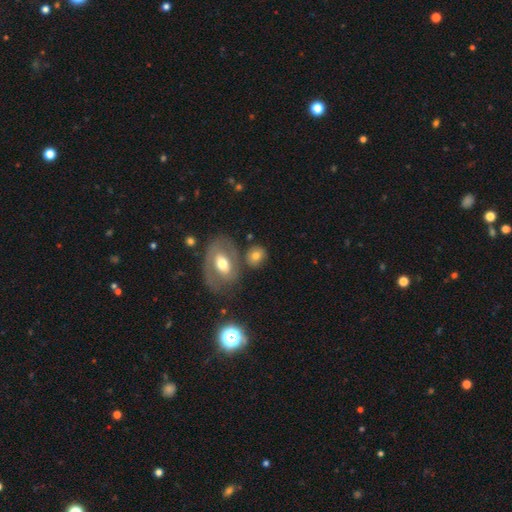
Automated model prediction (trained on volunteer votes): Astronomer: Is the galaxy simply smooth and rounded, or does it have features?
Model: smooth — 67%.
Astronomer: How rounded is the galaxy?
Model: round — 58% (runner-up: in between, 40%).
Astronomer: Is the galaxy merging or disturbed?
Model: none — 65%.